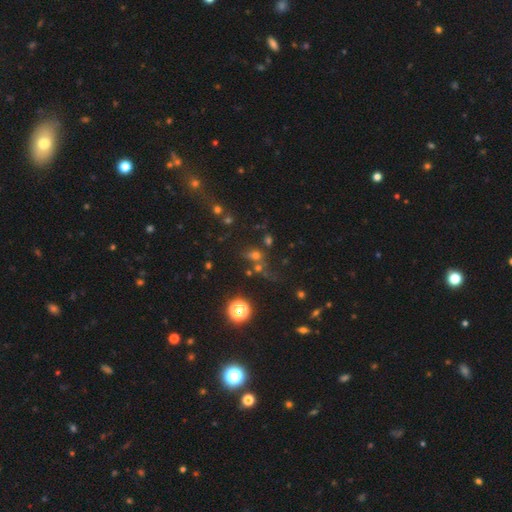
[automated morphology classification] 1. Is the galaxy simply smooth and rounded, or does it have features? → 49% smooth, 39% star or artifact, 12% featured or disk.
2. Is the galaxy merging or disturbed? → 48% none, 27% merger, 12% minor disturbance, 12% major disturbance.